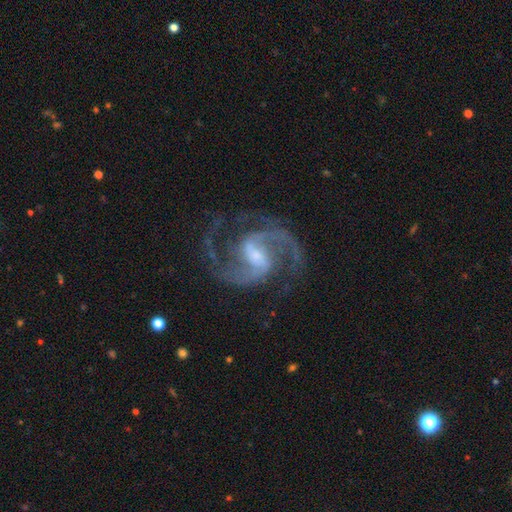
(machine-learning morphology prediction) Smooth or featured?
  - featured or disk: 93% *
  - star or artifact: 4%
  - smooth: 2%
Edge-on disk?
  - no: 98% *
  - yes: 2%
Bar?
  - weak: 54% *
  - strong: 30%
  - no: 16%
Spiral arms?
  - yes: 99% *
  - no: 1%
Spiral winding?
  - medium: 67% *
  - loose: 19%
  - tight: 14%
Spiral arm count?
  - 2: 90% *
  - 3: 4%
  - can't tell: 2%
  - 1: 1%
  - 4: 1%
  - more than 4: 1%
Bulge size?
  - small: 45% *
  - moderate: 37%
  - none: 10%
  - large: 7%
  - dominant: 1%
Merging?
  - none: 76% *
  - minor disturbance: 14%
  - major disturbance: 9%
  - merger: 1%